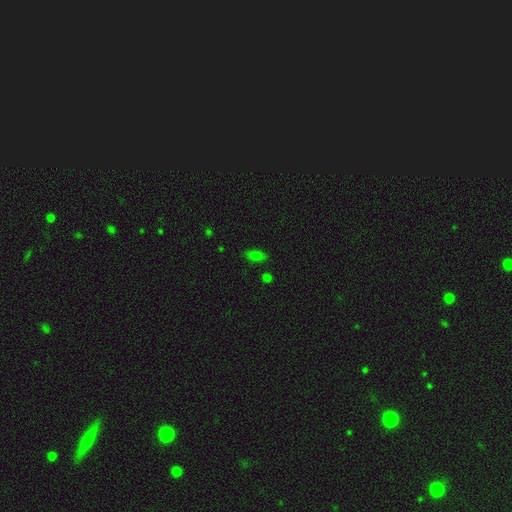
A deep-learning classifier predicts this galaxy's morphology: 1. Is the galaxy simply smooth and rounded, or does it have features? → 71% smooth, 19% star or artifact, 10% featured or disk.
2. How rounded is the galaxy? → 82% in between, 10% cigar-shaped, 8% round.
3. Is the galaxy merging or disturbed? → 82% none, 13% minor disturbance, 3% major disturbance, 2% merger.